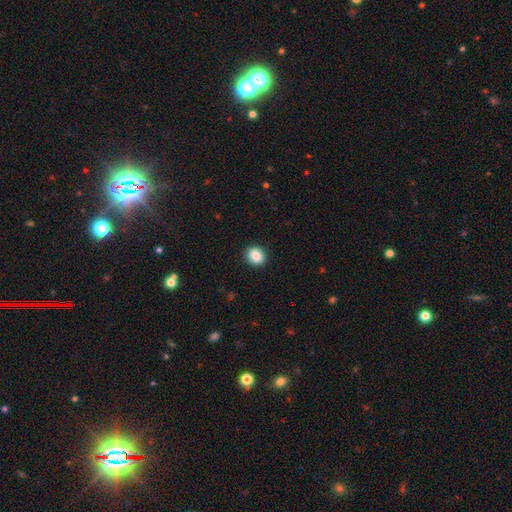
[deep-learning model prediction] smooth_or_featured: smooth (p=0.88) [alt: star or artifact p=0.09]
how_rounded: round (p=0.68) [alt: in between p=0.31]
merging: none (p=0.90) [alt: minor disturbance p=0.07]